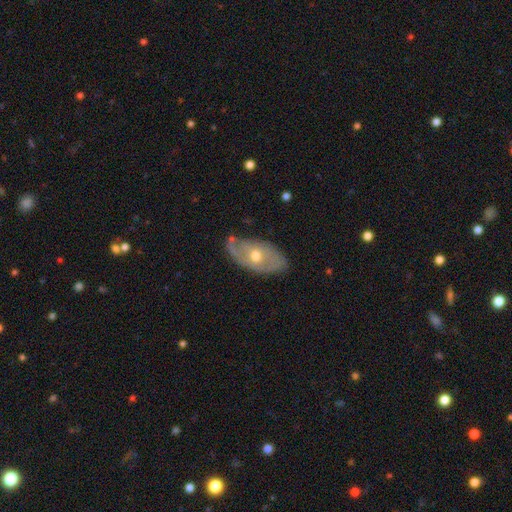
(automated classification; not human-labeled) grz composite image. It shows a featured or disk galaxy (63%) with no bar (74%), spiral arms (56%) and a moderate central bulge (67%). Merging: none (65%).